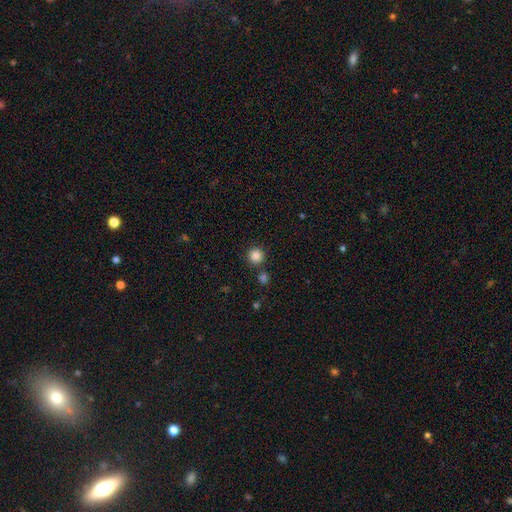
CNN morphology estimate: Smooth or featured? smooth (85%)
How rounded? round (95%)
Merging? none (83%)